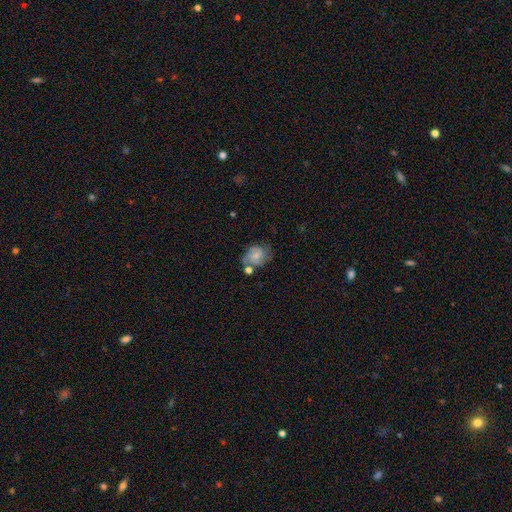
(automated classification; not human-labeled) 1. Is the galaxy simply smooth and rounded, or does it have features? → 48% featured or disk, 43% smooth, 9% star or artifact.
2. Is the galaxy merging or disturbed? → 46% none, 25% minor disturbance, 17% merger, 12% major disturbance.